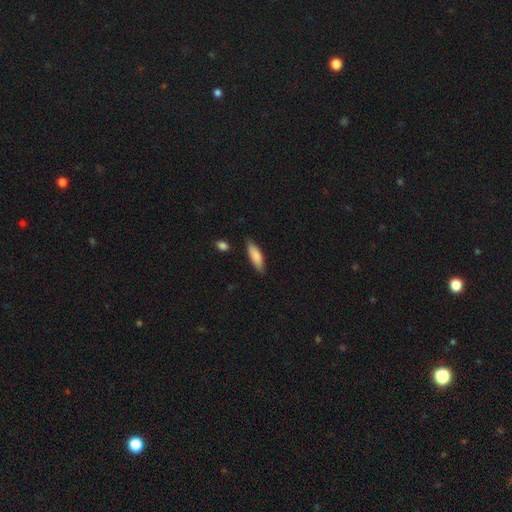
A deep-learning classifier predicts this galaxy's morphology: Smooth or featured: smooth — 82% (featured or disk — 12%)
How rounded: cigar-shaped — 50% (in between — 48%)
Merging: none — 82% (minor disturbance — 14%)